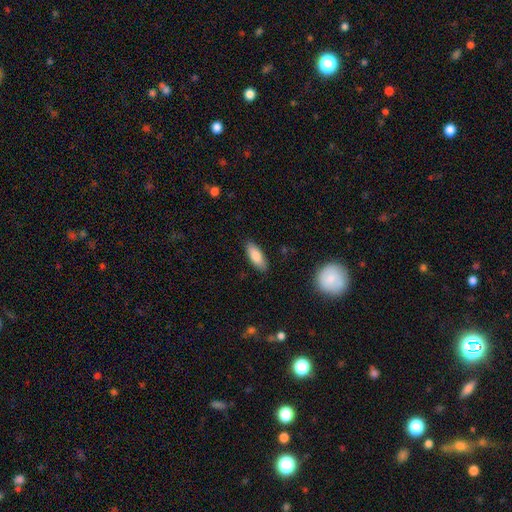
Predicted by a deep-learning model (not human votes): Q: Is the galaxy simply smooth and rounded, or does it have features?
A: smooth — 83%.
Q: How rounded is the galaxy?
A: in between — 72%.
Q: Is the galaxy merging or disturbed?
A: none — 87%.